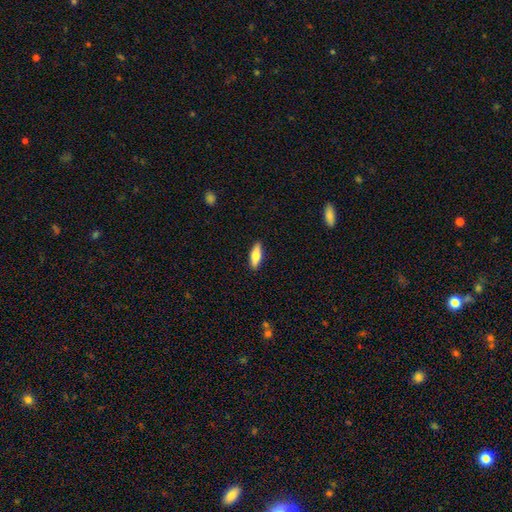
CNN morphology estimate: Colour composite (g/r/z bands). It shows a smooth galaxy with no disk features (71%) that is in between round and cigar-shaped (51%). Merging: none (89%).